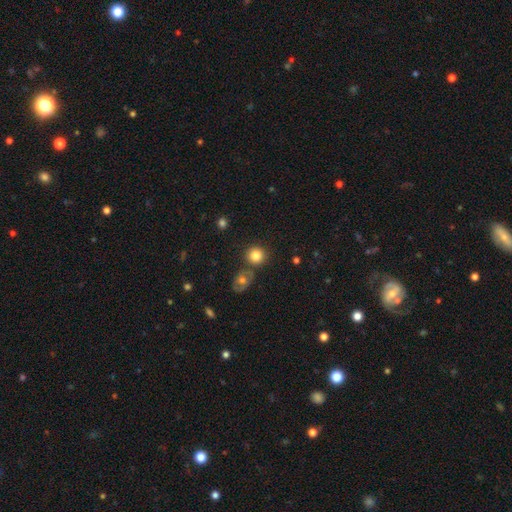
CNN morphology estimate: Q: Smooth or featured?
A: smooth (83%); runner-up: star or artifact (10%)
Q: How rounded?
A: round (88%); runner-up: in between (11%)
Q: Merging?
A: none (73%); runner-up: merger (14%)